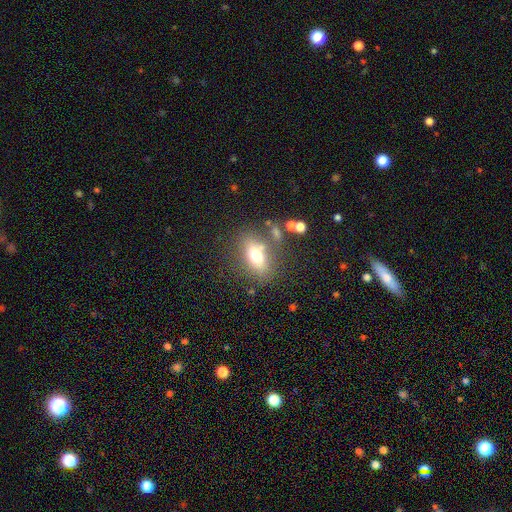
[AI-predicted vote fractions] smooth_or_featured: smooth (p=0.65) [alt: featured or disk p=0.23]
how_rounded: in between (p=0.77) [alt: round p=0.15]
merging: none (p=0.66) [alt: minor disturbance p=0.15]